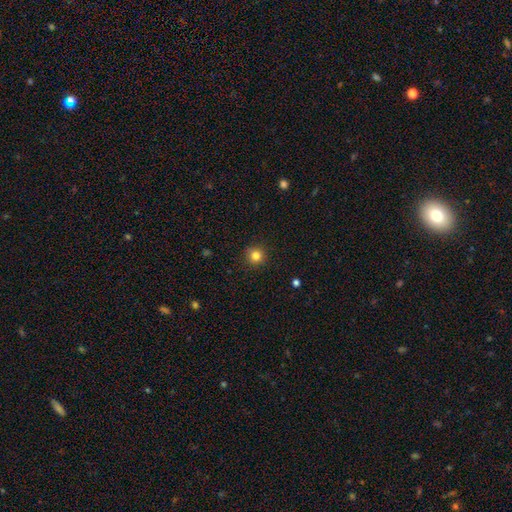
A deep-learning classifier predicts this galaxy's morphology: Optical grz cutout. It shows a smooth galaxy with no disk features (82%) that is round (95%). Merging: none (92%).